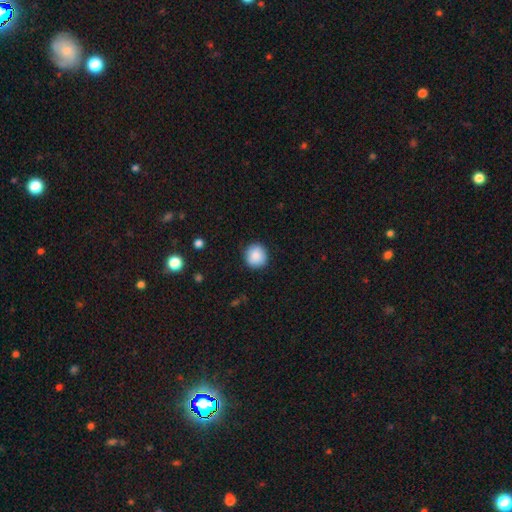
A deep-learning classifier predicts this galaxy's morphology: Q: Smooth or featured?
A: smooth (88%); runner-up: star or artifact (8%)
Q: How rounded?
A: round (92%); runner-up: in between (7%)
Q: Merging?
A: none (89%); runner-up: minor disturbance (8%)